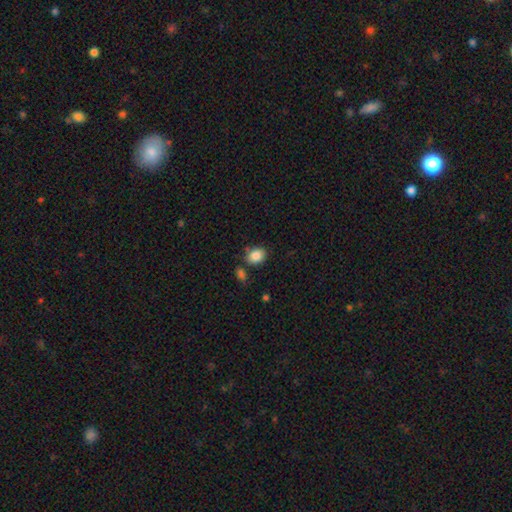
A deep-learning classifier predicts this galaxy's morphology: Smooth or featured? smooth (87%)
How rounded? in between (55%)
Merging? none (73%)